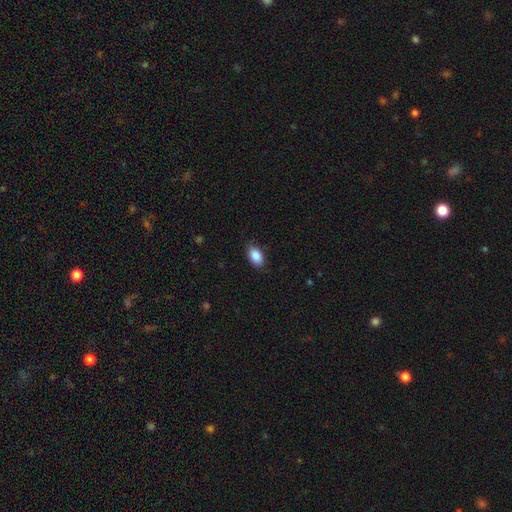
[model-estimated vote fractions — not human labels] smooth-or-featured: smooth: 88% | star or artifact: 7% | featured or disk: 5%
  how-rounded: in between: 92% | round: 7% | cigar-shaped: 2%
  merging: none: 85% | minor disturbance: 12% | major disturbance: 2% | merger: 1%